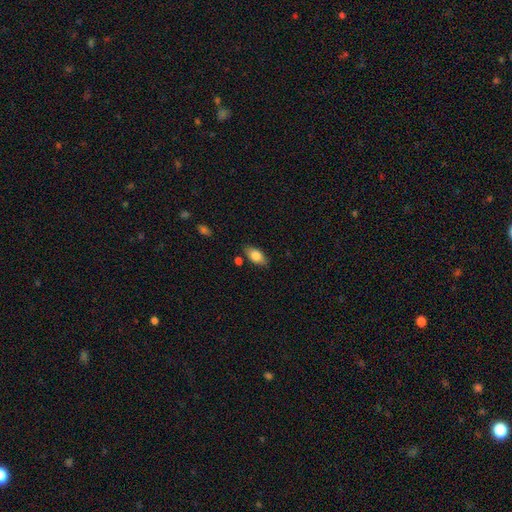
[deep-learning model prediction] The model was most divided on "merging": none: 80%, minor disturbance: 13%, merger: 4%, major disturbance: 3%. More confident: how rounded — in between (91%); smooth or featured — smooth (81%).